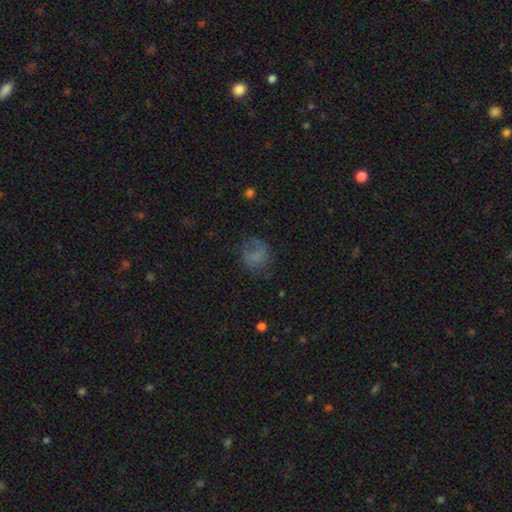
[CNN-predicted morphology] smooth_or_featured: smooth (p=0.60) [alt: featured or disk p=0.25]
how_rounded: round (p=0.67) [alt: in between p=0.32]
merging: none (p=0.56) [alt: minor disturbance p=0.23]